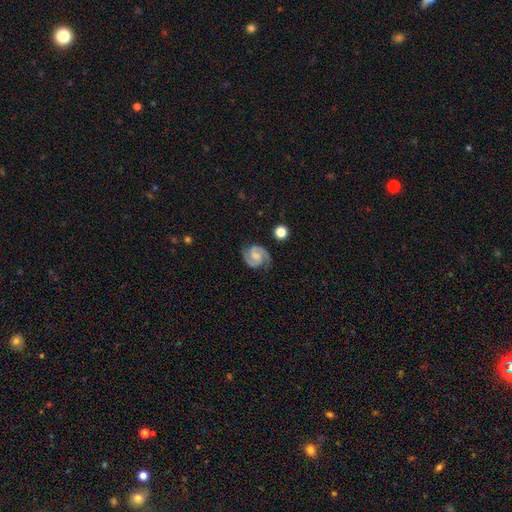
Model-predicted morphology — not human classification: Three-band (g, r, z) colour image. It shows a featured or disk galaxy (87%) with no bar (48%), 2 (93%) medium (51%) spiral arms (98%) and a small central bulge (40%). Merging: none (81%).